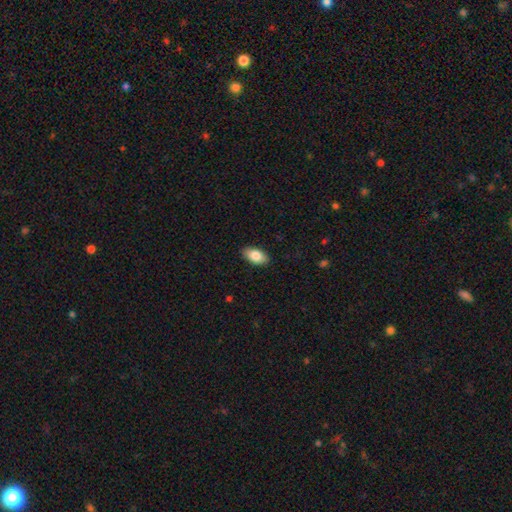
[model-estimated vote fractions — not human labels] This is clearly a smooth galaxy (84%). How rounded: clearly in between (93%). Merging: clearly none (89%).